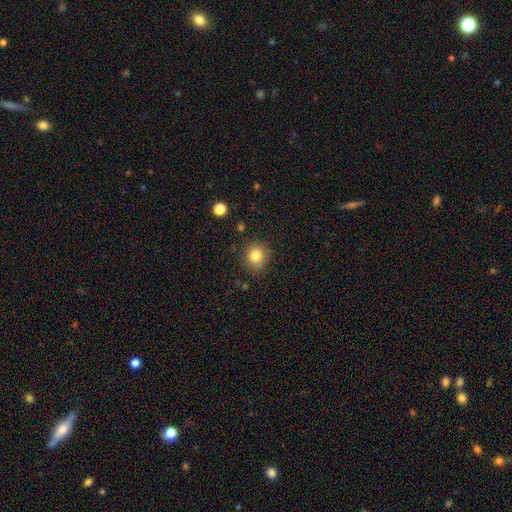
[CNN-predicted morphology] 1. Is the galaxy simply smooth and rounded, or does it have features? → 82% smooth, 11% star or artifact, 7% featured or disk.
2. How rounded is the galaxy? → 83% round, 16% in between, 1% cigar-shaped.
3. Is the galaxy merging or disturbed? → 82% none, 12% minor disturbance, 3% major disturbance, 3% merger.